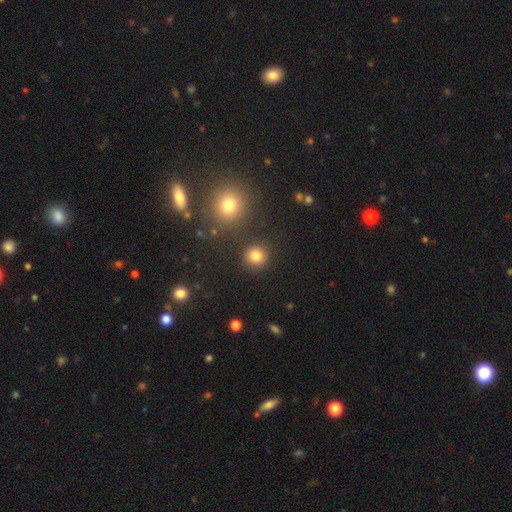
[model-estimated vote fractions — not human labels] smooth-or-featured: smooth: 82% | star or artifact: 13% | featured or disk: 5%
  how-rounded: round: 91% | in between: 8% | cigar-shaped: 1%
  merging: none: 89% | minor disturbance: 6% | merger: 3% | major disturbance: 3%